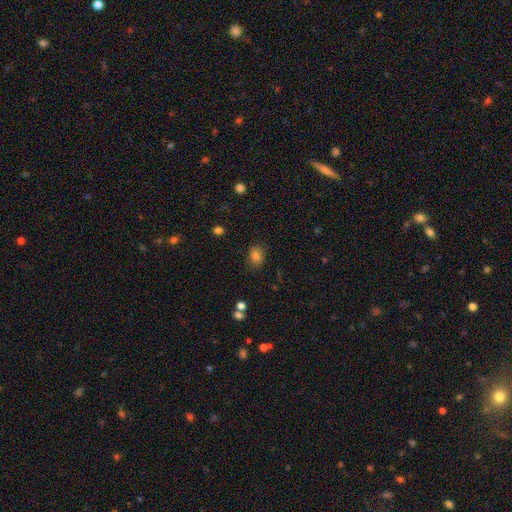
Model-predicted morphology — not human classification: type=smooth (82%); roundness=in between (58%); merging=none (82%).